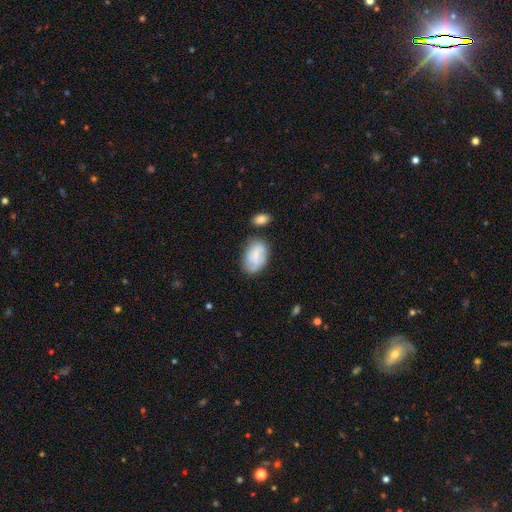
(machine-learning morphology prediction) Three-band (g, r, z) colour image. It shows a smooth galaxy with no disk features (52%) that is in between round and cigar-shaped (87%). Merging: none (57%).